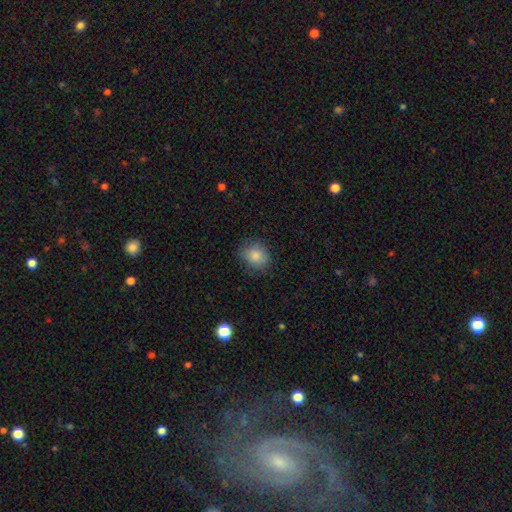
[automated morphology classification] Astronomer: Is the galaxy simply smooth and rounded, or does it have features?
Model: smooth — 84%.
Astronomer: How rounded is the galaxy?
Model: round — 67%.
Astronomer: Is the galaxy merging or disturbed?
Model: none — 79%.